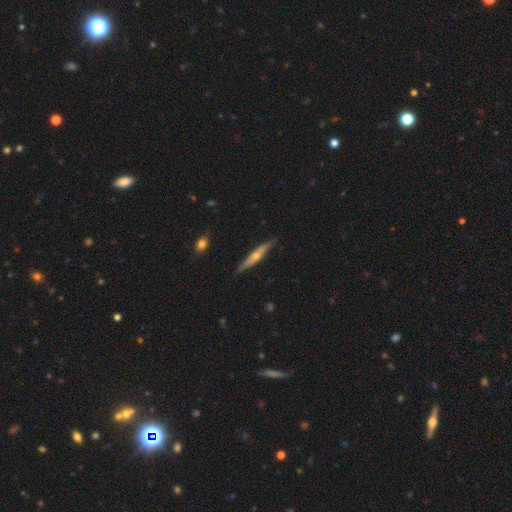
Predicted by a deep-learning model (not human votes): This appears to be a featured or disk galaxy (64%) viewed edge-on (95%) with a rounded central bulge (83%). Merging: none (87%).